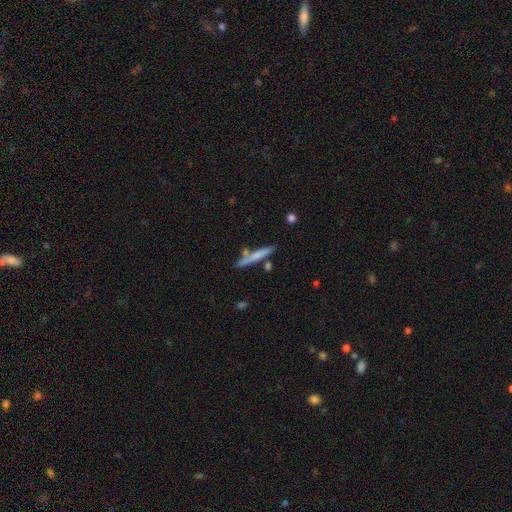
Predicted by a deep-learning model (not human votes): This is likely a smooth galaxy (61%). How rounded: clearly cigar-shaped (95%). Merging: likely none (79%).